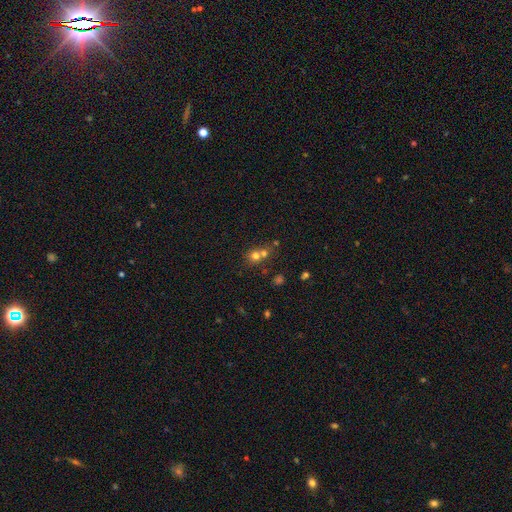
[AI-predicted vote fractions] Smooth or featured: smooth — 68% (star or artifact — 19%)
How rounded: round — 81% (in between — 17%)
Merging: merger — 47% (none — 43%)